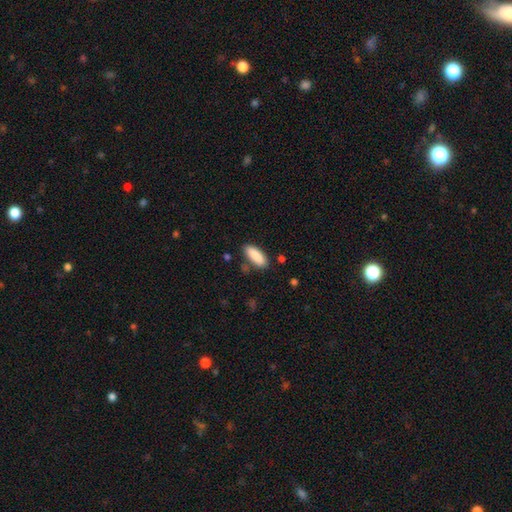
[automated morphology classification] smooth 88%, star or artifact 6%, featured or disk 6%. Down the decision tree: how rounded — in between (68%); merging — none (81%).